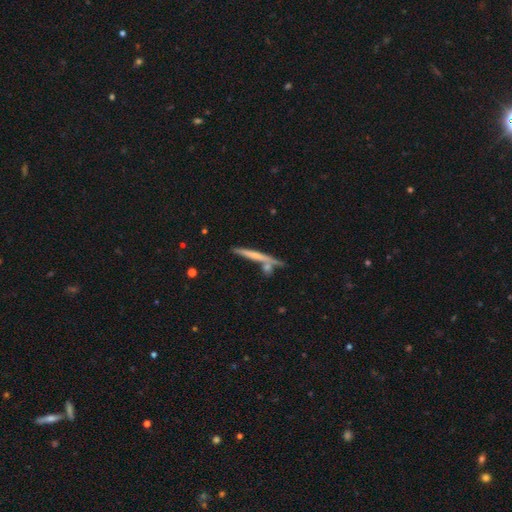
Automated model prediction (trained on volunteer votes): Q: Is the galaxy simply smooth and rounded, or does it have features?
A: featured or disk — 53%.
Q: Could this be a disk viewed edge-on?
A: yes — 95%.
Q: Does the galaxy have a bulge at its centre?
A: none — 62%.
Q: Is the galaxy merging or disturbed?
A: none — 72%.